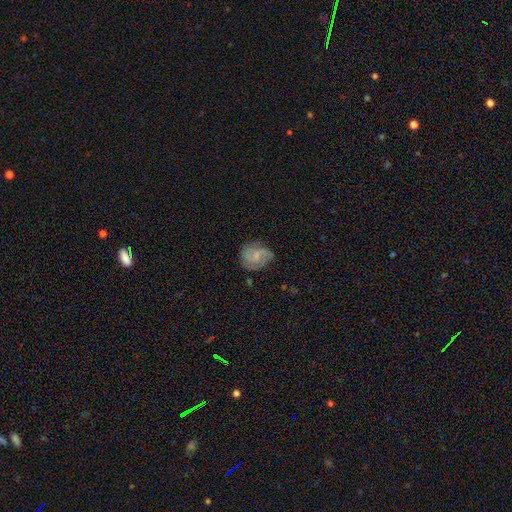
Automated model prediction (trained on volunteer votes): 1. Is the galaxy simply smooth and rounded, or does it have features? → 63% featured or disk, 30% smooth, 7% star or artifact.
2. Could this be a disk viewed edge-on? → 98% no, 2% yes.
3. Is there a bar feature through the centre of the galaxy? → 55% no, 40% weak, 6% strong.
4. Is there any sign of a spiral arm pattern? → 90% yes, 10% no.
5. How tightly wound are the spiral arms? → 45% medium, 38% tight, 17% loose.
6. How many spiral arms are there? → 50% 2, 20% 3, 18% can't tell, 5% 1, 4% 4, 3% more than 4.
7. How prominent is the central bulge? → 45% small, 27% none, 25% moderate, 2% large, 1% dominant.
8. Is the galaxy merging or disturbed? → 69% none, 21% minor disturbance, 8% major disturbance, 2% merger.